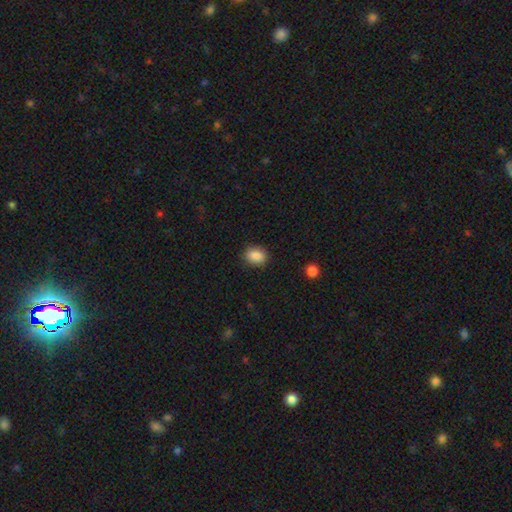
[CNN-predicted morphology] smooth-or-featured: smooth: 87% | star or artifact: 9% | featured or disk: 4%
  how-rounded: in between: 55% | round: 43% | cigar-shaped: 1%
  merging: none: 86% | minor disturbance: 10% | major disturbance: 3% | merger: 1%